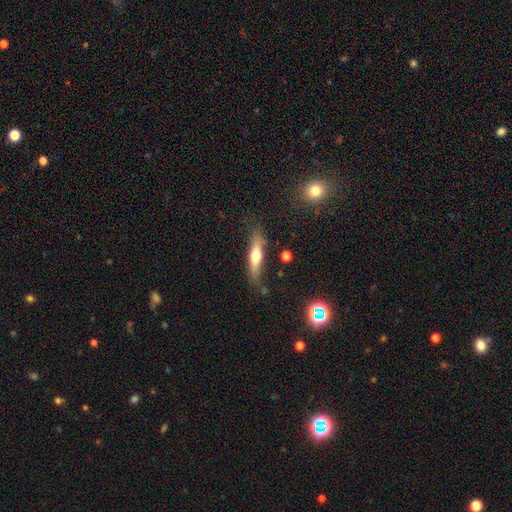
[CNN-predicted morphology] The model was most divided on "smooth or featured": smooth: 49%, featured or disk: 44%, star or artifact: 7%. More confident: merging — none (75%).